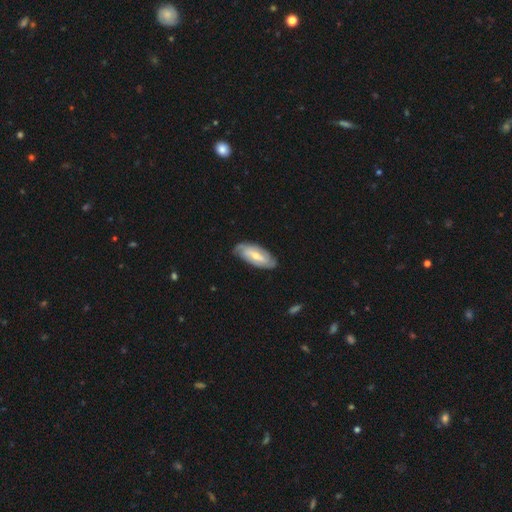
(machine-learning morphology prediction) type=featured or disk (72%); edge-on=no (90%); bar=weak (43%); spiral arms=yes (87%); winding=tight (53%); arm count=2 (57%); bulge=moderate (52%); merging=none (79%).